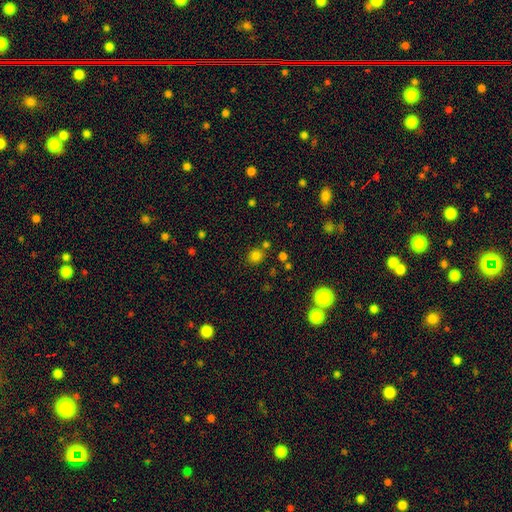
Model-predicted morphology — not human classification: Smooth or featured? smooth (77%)
How rounded? round (83%)
Merging? none (77%)